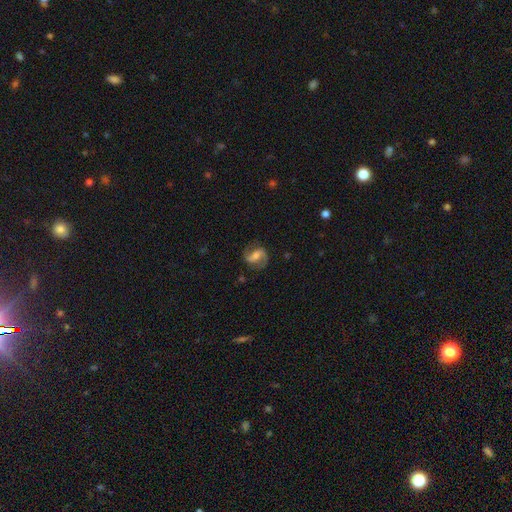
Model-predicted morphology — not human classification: Smooth or featured: featured or disk — 81% (smooth — 12%)
Edge-on disk: no — 98% (yes — 2%)
Bar: weak — 46% (strong — 30%)
Spiral arms: yes — 96% (no — 4%)
Spiral winding: medium — 48% (loose — 38%)
Spiral arm count: 2 — 91% (1 — 3%)
Bulge size: moderate — 39% (small — 27%)
Merging: none — 77% (minor disturbance — 14%)